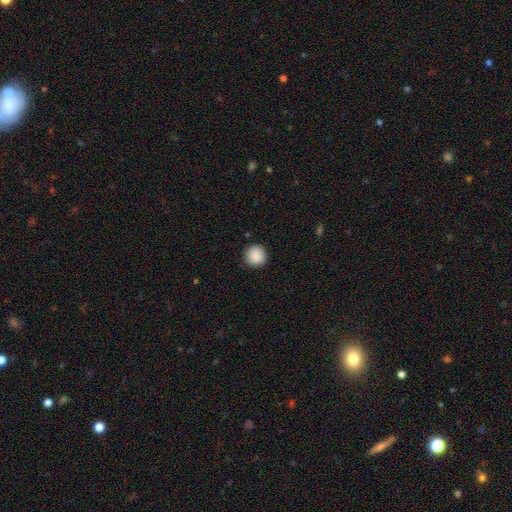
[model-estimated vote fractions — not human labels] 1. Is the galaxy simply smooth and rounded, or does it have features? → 89% smooth, 8% star or artifact, 3% featured or disk.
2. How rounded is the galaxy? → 94% round, 5% in between, 1% cigar-shaped.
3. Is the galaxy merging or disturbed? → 91% none, 6% minor disturbance, 2% major disturbance, 1% merger.